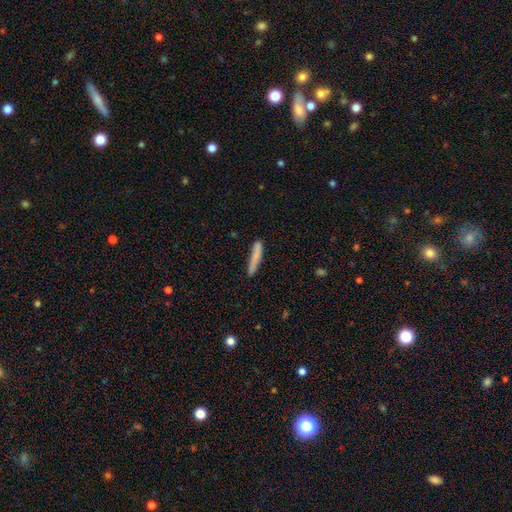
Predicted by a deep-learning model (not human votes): A smooth galaxy with no disk features (80%) that is cigar-shaped (93%). Merging: none (81%).